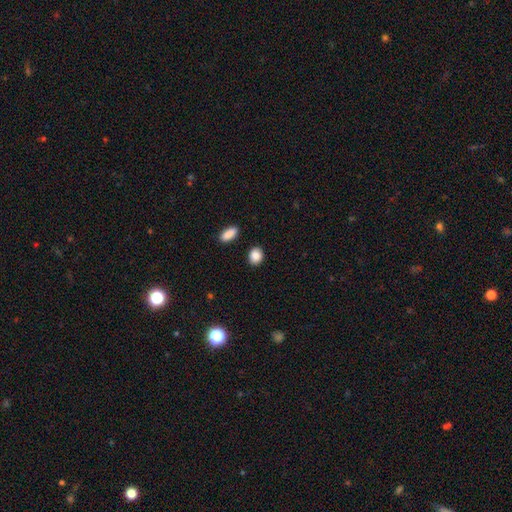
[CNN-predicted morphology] Q: Smooth or featured?
A: smooth (88%); runner-up: star or artifact (8%)
Q: How rounded?
A: round (49%); tied with: in between (49%)
Q: Merging?
A: none (88%); runner-up: minor disturbance (7%)